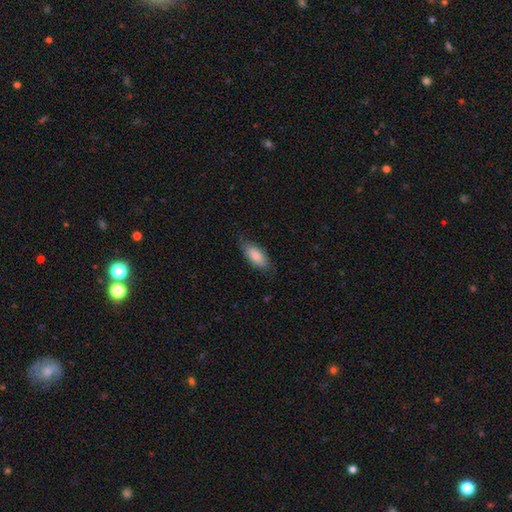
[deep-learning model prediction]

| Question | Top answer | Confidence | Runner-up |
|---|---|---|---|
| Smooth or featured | smooth | 84% | featured or disk (10%) |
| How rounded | in between | 86% | cigar-shaped (12%) |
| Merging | none | 73% | minor disturbance (21%) |